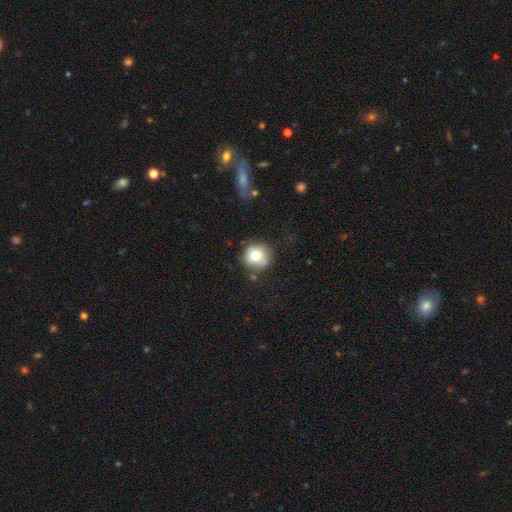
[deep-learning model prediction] smooth-or-featured: smooth: 73% | featured or disk: 17% | star or artifact: 10%
  how-rounded: round: 90% | in between: 9% | cigar-shaped: 1%
  merging: none: 69% | minor disturbance: 19% | major disturbance: 7% | merger: 5%